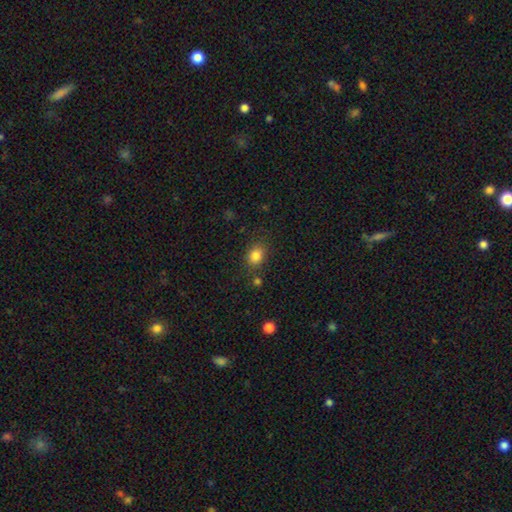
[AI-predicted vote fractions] smooth 83%, star or artifact 11%, featured or disk 6%. Down the decision tree: how rounded — round (49%, tied with in between); merging — none (78%).